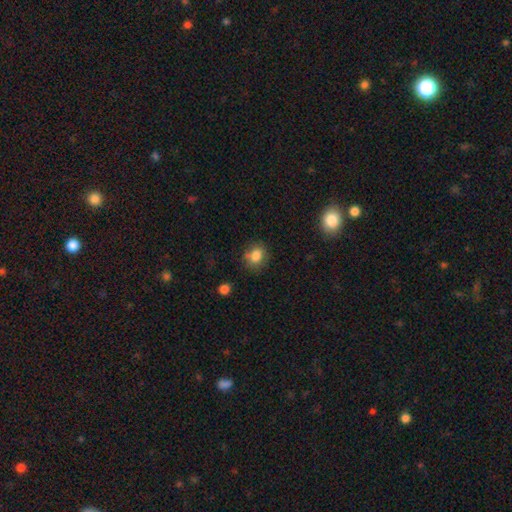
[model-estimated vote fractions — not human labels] This is clearly a smooth galaxy (82%). How rounded: likely round (61%). Merging: likely none (74%).